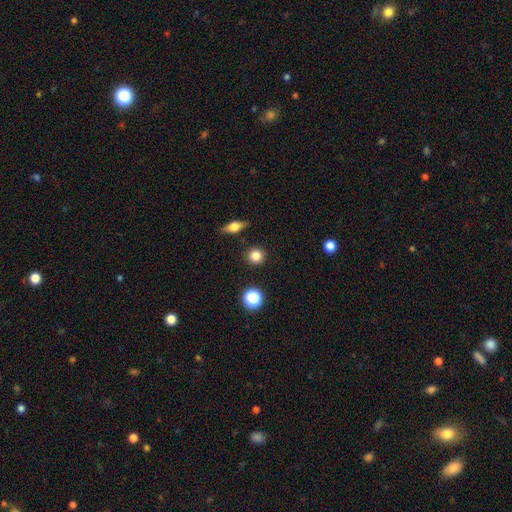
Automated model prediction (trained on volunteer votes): Overall: smooth (82%). How rounded: round (93%). Merging: none (90%).